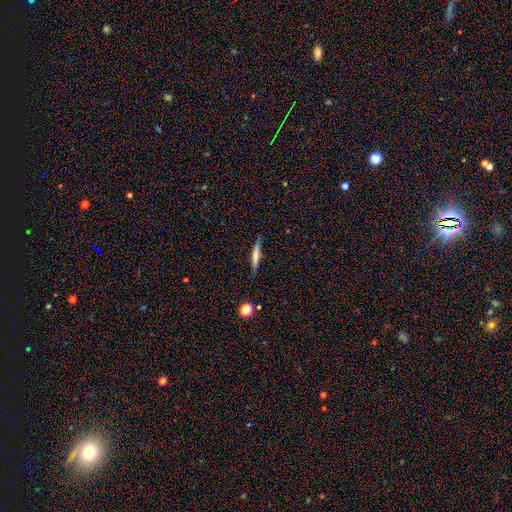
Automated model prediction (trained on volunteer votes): Smooth or featured? smooth (50%)
How rounded? cigar-shaped (93%)
Merging? none (87%)